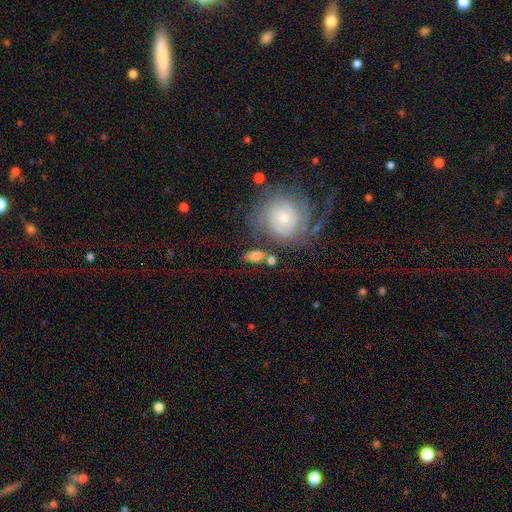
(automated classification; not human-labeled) This appears to be a smooth galaxy with no disk features (65%) that is in between round and cigar-shaped (79%). Merging: none (62%).